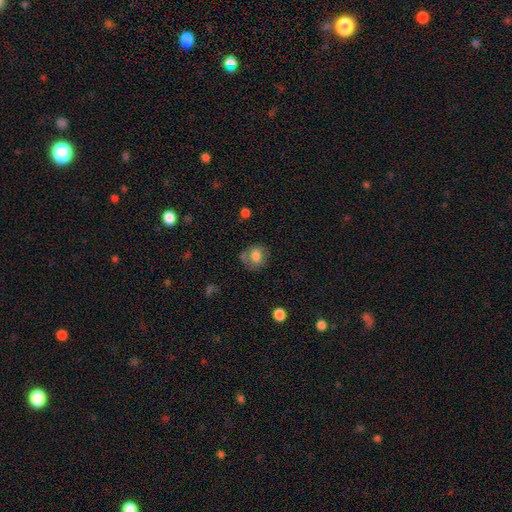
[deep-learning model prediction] Smooth or featured: smooth — 74% (featured or disk — 17%)
How rounded: round — 73% (in between — 26%)
Merging: none — 62% (minor disturbance — 21%)